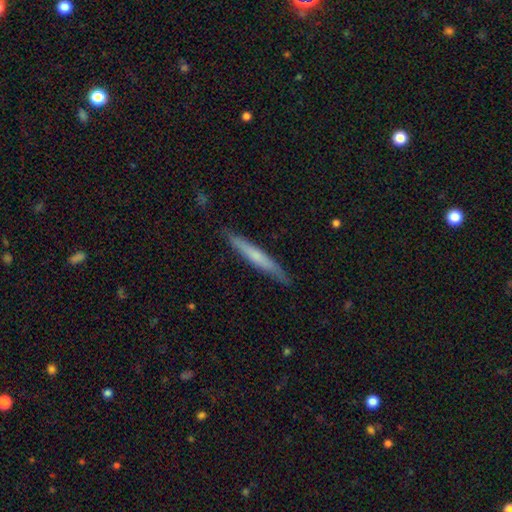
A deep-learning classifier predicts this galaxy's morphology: smooth 56%, featured or disk 38%, star or artifact 5%. Down the decision tree: how rounded — cigar-shaped (96%); merging — none (87%).